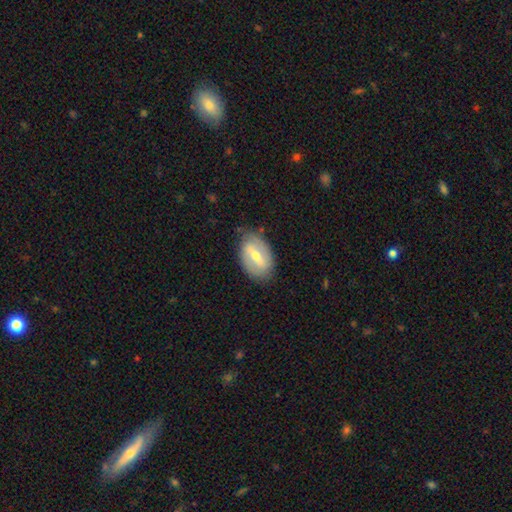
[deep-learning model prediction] This is likely a featured or disk galaxy (64%). It is clearly not viewed edge-on (90%). Bar: possibly strong (57%). Spiral arm pattern: possibly yes (52%). Central bulge: possibly moderate (56%). Merging: likely none (80%).